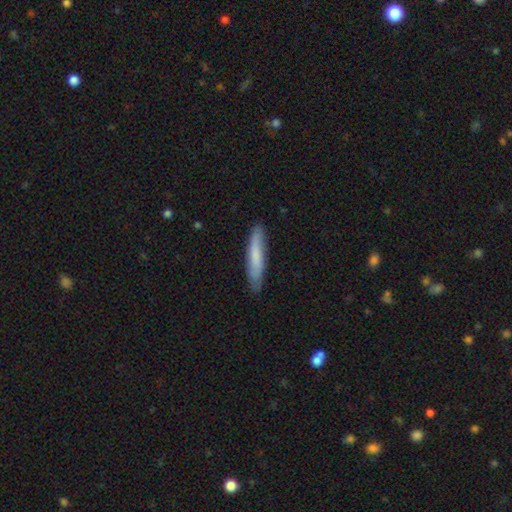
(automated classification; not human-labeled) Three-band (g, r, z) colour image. It shows a smooth galaxy with no disk features (71%) that is cigar-shaped (90%). Merging: none (83%).